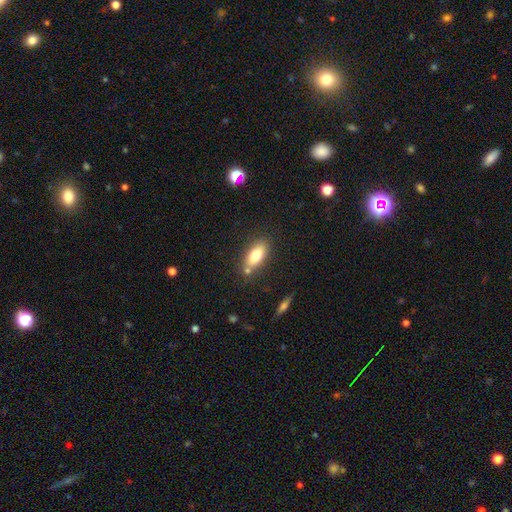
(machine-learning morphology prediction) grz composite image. It shows a smooth galaxy with no disk features (76%) that is in between round and cigar-shaped (85%). Merging: none (73%).